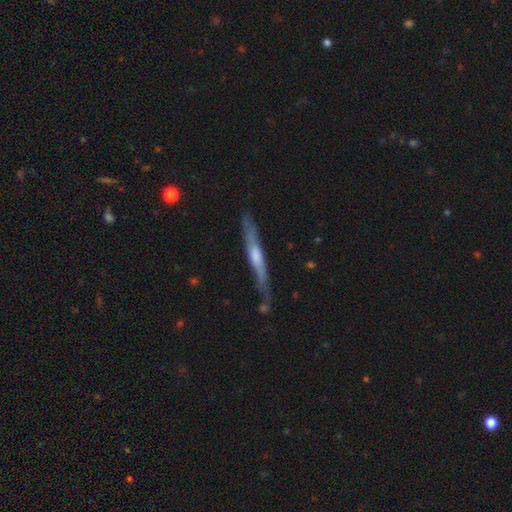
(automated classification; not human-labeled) Smooth or featured?
  - featured or disk: 62% *
  - smooth: 32%
  - star or artifact: 5%
Edge-on disk?
  - yes: 93% *
  - no: 7%
Edge-on bulge?
  - rounded: 56% *
  - none: 32%
  - boxy: 12%
Merging?
  - none: 76% *
  - minor disturbance: 17%
  - major disturbance: 3%
  - merger: 3%